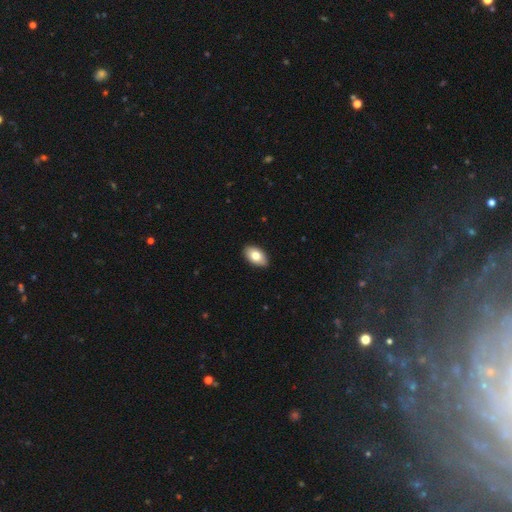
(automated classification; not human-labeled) smooth 79%, featured or disk 15%, star or artifact 7%. Down the decision tree: how rounded — in between (92%); merging — none (88%).